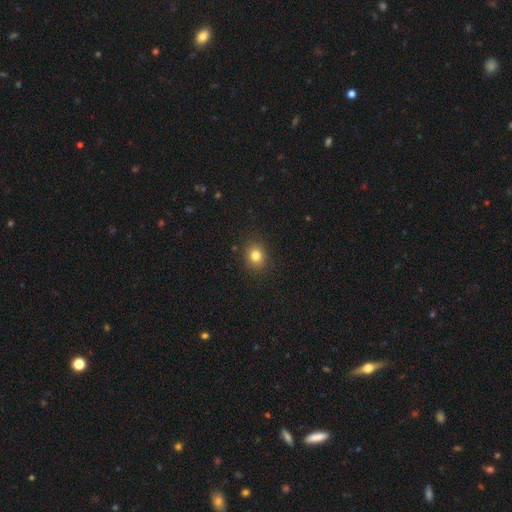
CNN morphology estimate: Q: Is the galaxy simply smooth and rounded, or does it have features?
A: smooth — 81%.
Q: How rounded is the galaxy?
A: round — 65%.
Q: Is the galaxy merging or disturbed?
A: none — 88%.